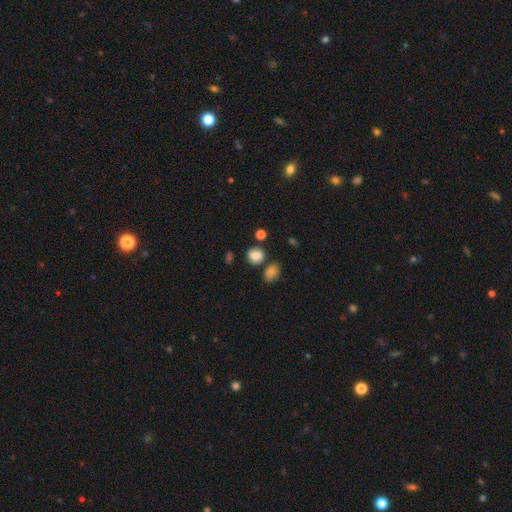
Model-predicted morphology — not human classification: Smooth or featured: smooth — 81% (star or artifact — 11%)
How rounded: round — 67% (in between — 31%)
Merging: none — 74% (minor disturbance — 13%)